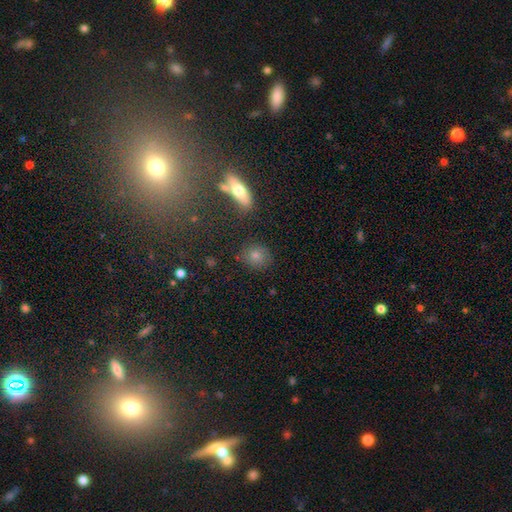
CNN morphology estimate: A smooth galaxy with no disk features (78%) that is round (77%). Merging: none (82%).